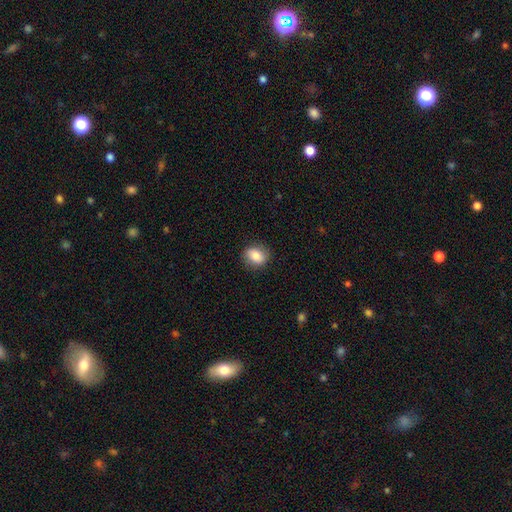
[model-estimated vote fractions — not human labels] Smooth or featured? smooth (82%)
How rounded? round (54%)
Merging? none (85%)